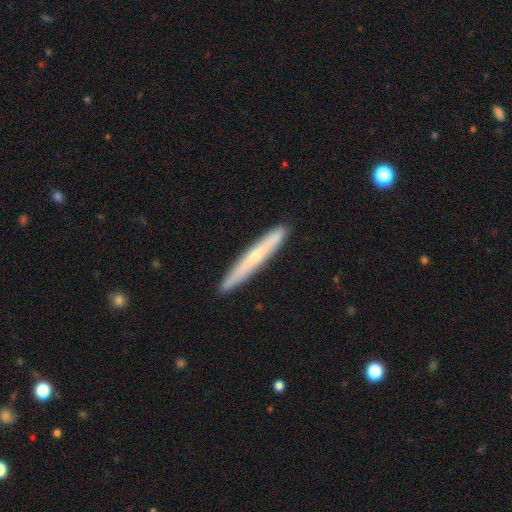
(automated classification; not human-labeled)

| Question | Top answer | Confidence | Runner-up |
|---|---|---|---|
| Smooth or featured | featured or disk | 48% | smooth (46%) |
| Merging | none | 91% | minor disturbance (7%) |